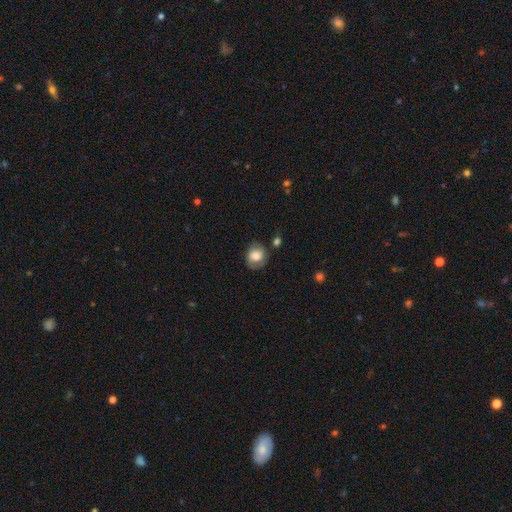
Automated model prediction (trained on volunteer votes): Q: Smooth or featured?
A: smooth (69%); runner-up: featured or disk (22%)
Q: How rounded?
A: round (63%); runner-up: in between (36%)
Q: Merging?
A: none (67%); runner-up: minor disturbance (22%)